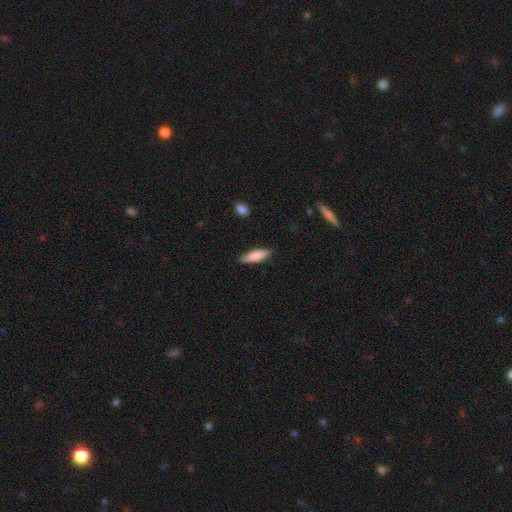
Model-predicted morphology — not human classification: This is clearly a smooth galaxy (85%). How rounded: possibly cigar-shaped (50%). Merging: clearly none (85%).